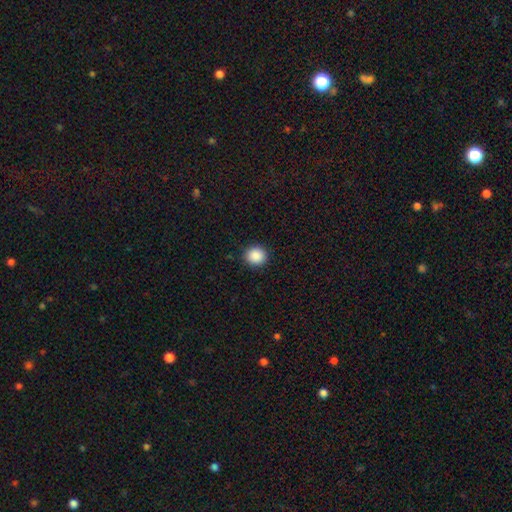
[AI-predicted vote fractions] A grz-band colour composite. It shows a smooth galaxy with no disk features (88%) that is round (90%). Merging: none (91%).